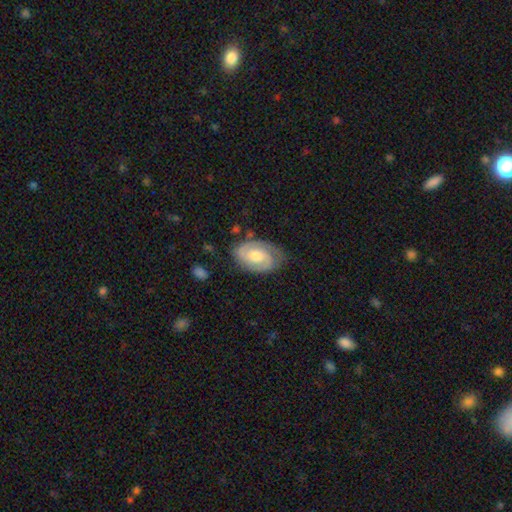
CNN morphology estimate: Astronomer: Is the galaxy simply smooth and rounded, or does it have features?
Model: featured or disk — 78%.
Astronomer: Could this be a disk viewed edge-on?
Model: no — 97%.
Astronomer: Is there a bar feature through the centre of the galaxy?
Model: no — 59% (runner-up: weak, 34%).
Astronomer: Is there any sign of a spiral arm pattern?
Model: yes — 94%.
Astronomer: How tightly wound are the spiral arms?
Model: tight — 57% (runner-up: medium, 35%).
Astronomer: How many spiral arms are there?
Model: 2 — 82%.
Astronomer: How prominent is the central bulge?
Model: moderate — 64%.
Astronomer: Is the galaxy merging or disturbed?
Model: none — 75%.